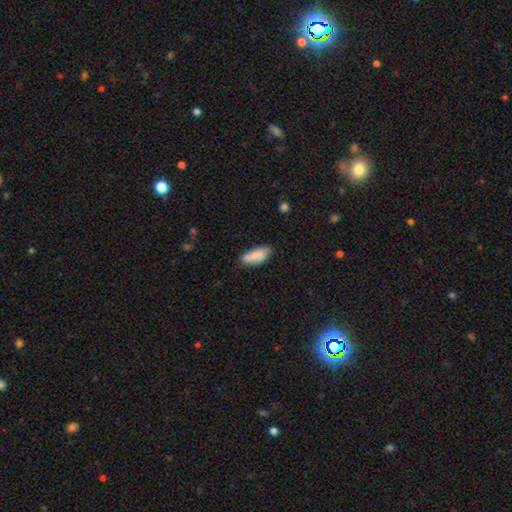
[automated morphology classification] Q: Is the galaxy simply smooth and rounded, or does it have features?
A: smooth — 83%.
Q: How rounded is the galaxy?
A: in between — 76%.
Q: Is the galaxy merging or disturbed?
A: none — 69%.